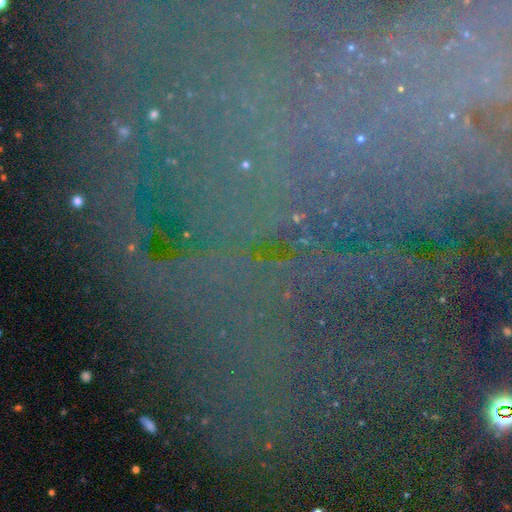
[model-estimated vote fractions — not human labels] A star or artifact, not a galaxy (78%).